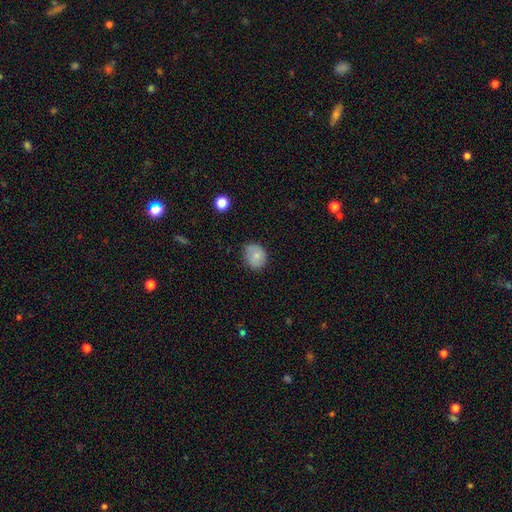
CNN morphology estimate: smooth 78%, featured or disk 13%, star or artifact 9%. Down the decision tree: how rounded — round (62%); merging — none (67%).